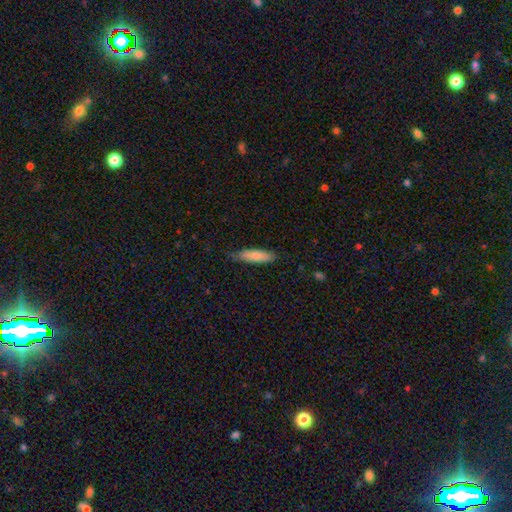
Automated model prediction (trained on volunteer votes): Overall: smooth (79%). How rounded: cigar-shaped (57%; in between 42%). Merging: none (73%).